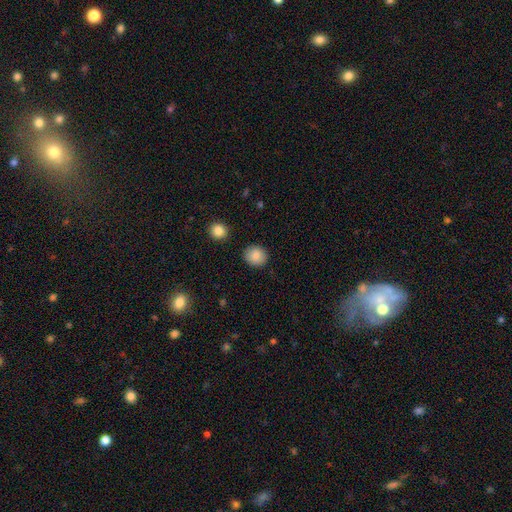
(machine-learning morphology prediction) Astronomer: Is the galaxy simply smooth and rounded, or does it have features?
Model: smooth — 87%.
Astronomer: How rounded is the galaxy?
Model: round — 83%.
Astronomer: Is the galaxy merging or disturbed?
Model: none — 89%.